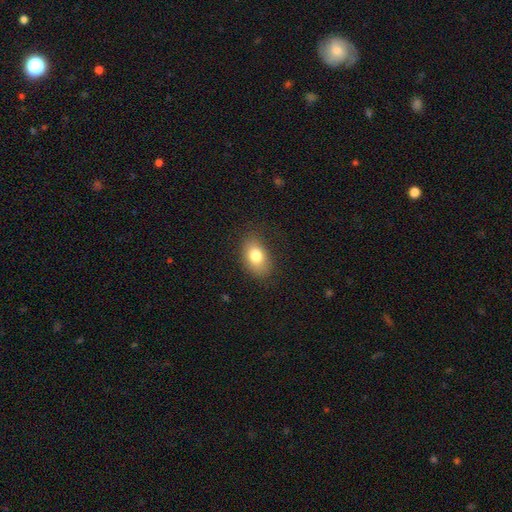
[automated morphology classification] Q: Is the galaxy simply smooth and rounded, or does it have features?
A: smooth — 80%.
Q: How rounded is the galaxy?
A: in between — 86%.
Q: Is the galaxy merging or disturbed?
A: none — 79%.